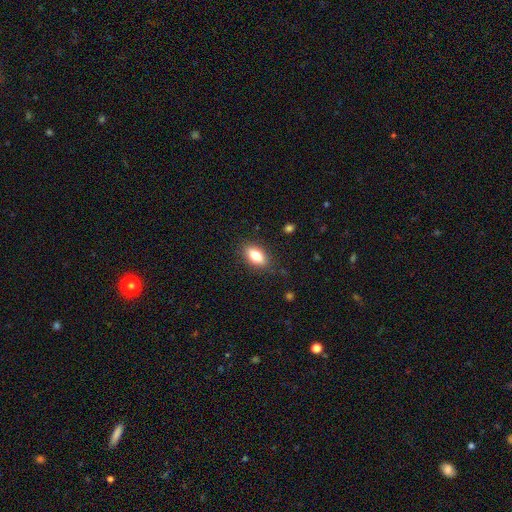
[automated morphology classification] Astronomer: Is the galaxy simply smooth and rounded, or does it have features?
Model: smooth — 80%.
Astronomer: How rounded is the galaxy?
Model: in between — 87%.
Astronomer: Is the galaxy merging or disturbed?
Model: none — 86%.